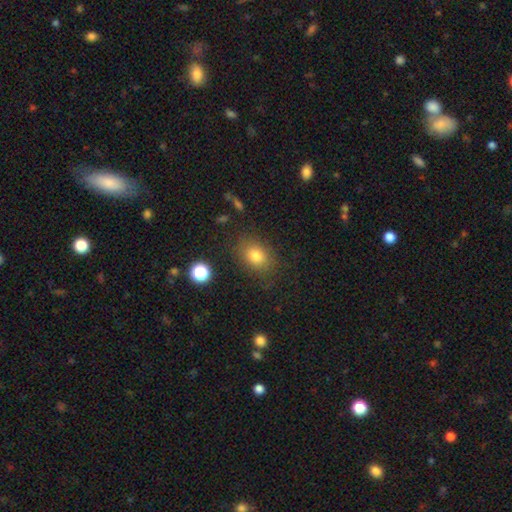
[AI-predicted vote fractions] smooth_or_featured: smooth (p=0.78) [alt: star or artifact p=0.12]
how_rounded: in between (p=0.62) [alt: round p=0.36]
merging: none (p=0.80) [alt: minor disturbance p=0.13]